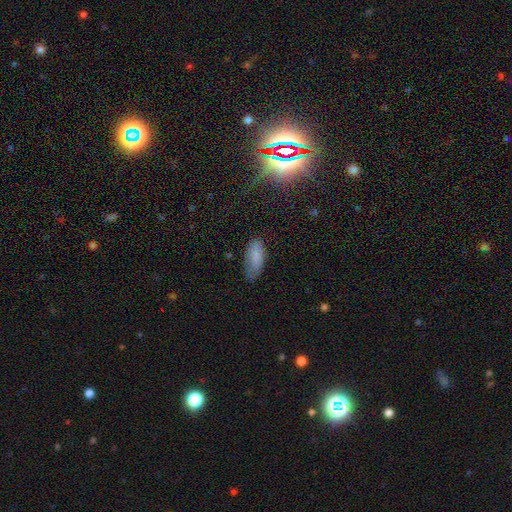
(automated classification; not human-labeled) smooth 80%, featured or disk 10%, star or artifact 9%. Down the decision tree: how rounded — in between (87%); merging — none (64%).